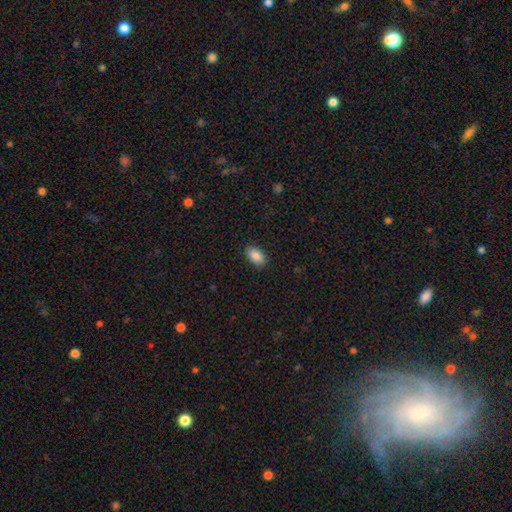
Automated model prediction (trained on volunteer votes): A smooth galaxy with no disk features (89%) that is in between round and cigar-shaped (92%).

Vote fractions:
- Smooth or featured? smooth: 89% / star or artifact: 7% / featured or disk: 4%
- How rounded? in between: 92% / round: 6% / cigar-shaped: 2%
- Merging? none: 88% / minor disturbance: 9% / major disturbance: 2% / merger: 1%